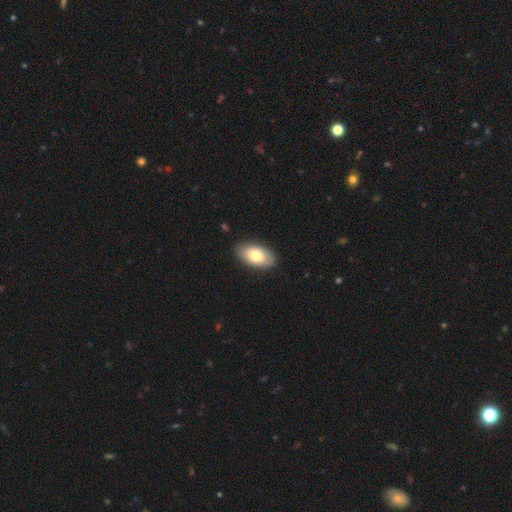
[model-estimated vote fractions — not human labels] Smooth or featured? Predicted: smooth (p=0.77). How rounded? Predicted: in between (p=0.94). Merging? Predicted: none (p=0.87).